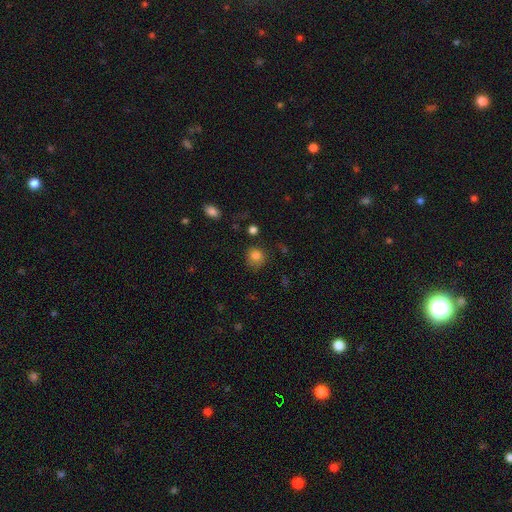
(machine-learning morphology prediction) A smooth galaxy with no disk features (82%) that is round (85%).

Vote fractions:
- Smooth or featured? smooth: 82% / star or artifact: 12% / featured or disk: 6%
- How rounded? round: 85% / in between: 14% / cigar-shaped: 1%
- Merging? none: 77% / minor disturbance: 16% / major disturbance: 4% / merger: 3%